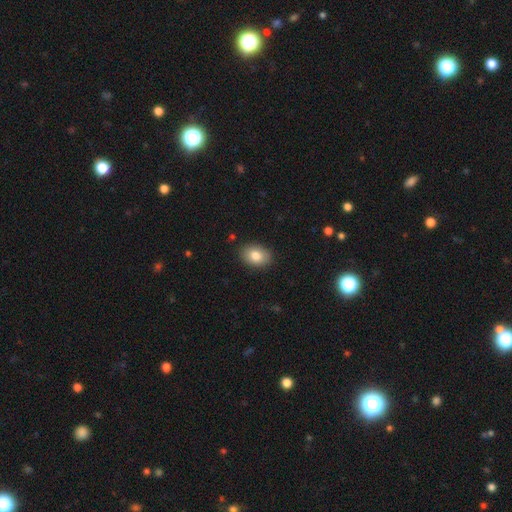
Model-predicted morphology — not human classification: smooth-or-featured: smooth: 83% | featured or disk: 9% | star or artifact: 8%
  how-rounded: in between: 80% | round: 19% | cigar-shaped: 1%
  merging: none: 87% | minor disturbance: 9% | major disturbance: 2% | merger: 1%